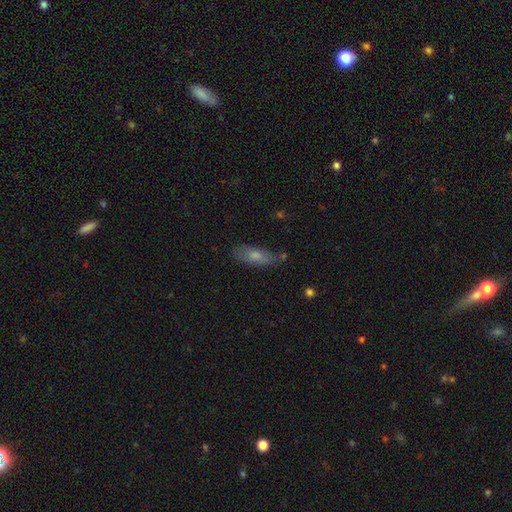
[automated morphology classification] Smooth or featured? Predicted: smooth (p=0.73). How rounded? Predicted: in between (p=0.69). Merging? Predicted: none (p=0.68).